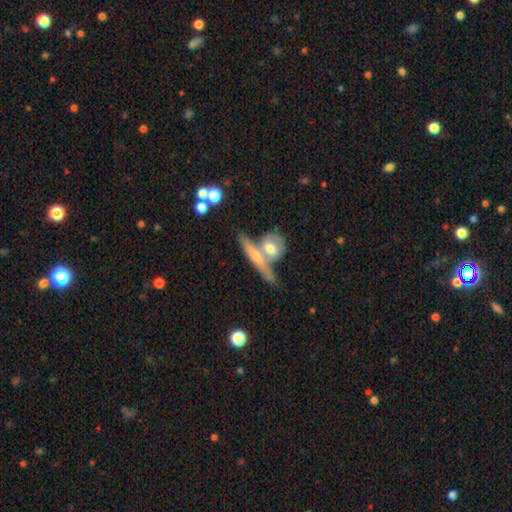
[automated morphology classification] The model was most divided on "merging": none: 44%, merger: 40%, minor disturbance: 11%, major disturbance: 5%. More confident: edge-on disk — yes (81%); smooth or featured — featured or disk (52%).